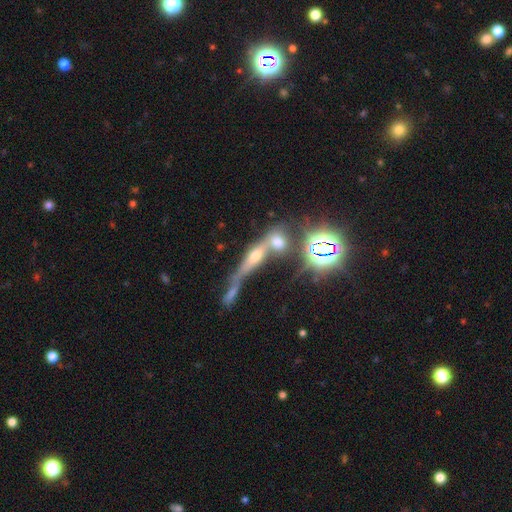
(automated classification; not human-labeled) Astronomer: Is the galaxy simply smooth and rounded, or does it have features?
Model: featured or disk — 42% (runner-up: star or artifact, 30%).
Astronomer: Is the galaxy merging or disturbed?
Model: merger — 45% (runner-up: none, 37%).